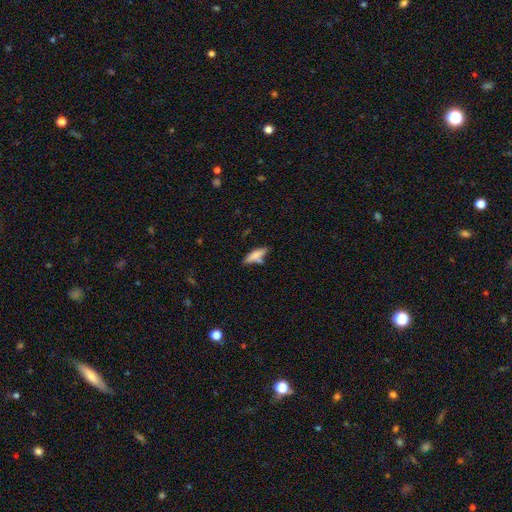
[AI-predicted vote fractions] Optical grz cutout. It shows a smooth galaxy with no disk features (73%) that is cigar-shaped (56%). Merging: none (56%).